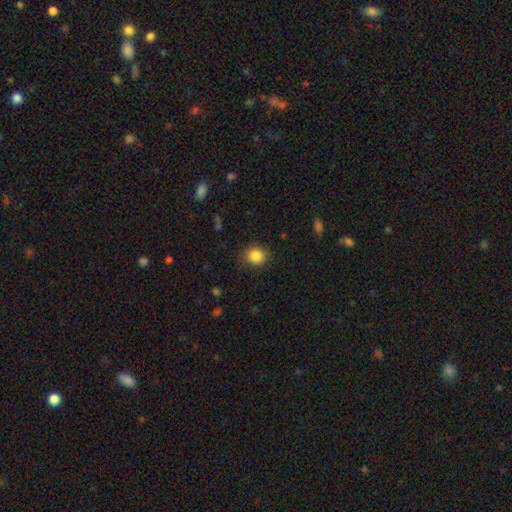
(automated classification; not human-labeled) The model was most divided on "how rounded": round: 82%, in between: 17%, cigar-shaped: 1%. More confident: smooth or featured — smooth (85%); merging — none (82%).